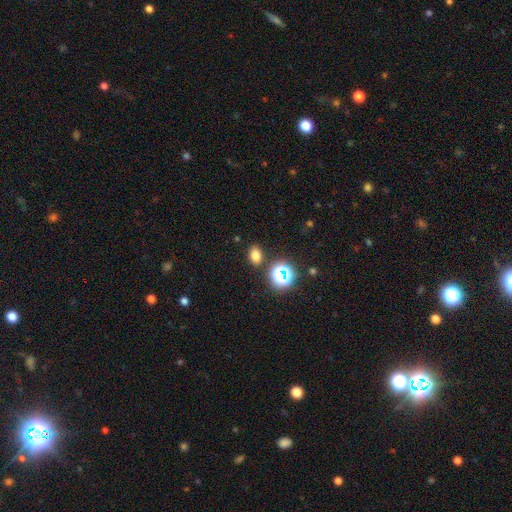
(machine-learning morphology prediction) Smooth or featured? smooth (72%)
How rounded? in between (69%)
Merging? none (84%)